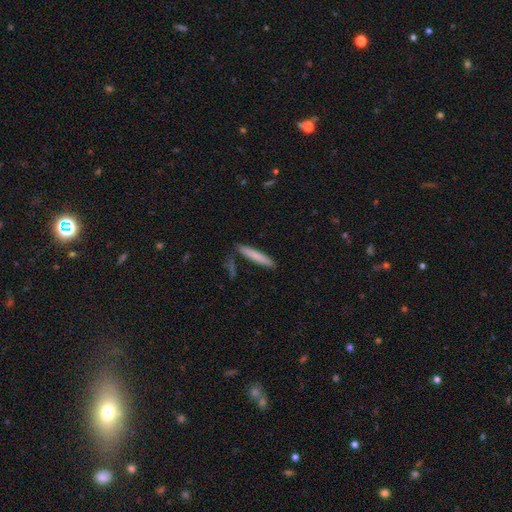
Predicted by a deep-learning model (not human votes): Smooth or featured? smooth (78%)
How rounded? cigar-shaped (93%)
Merging? none (86%)